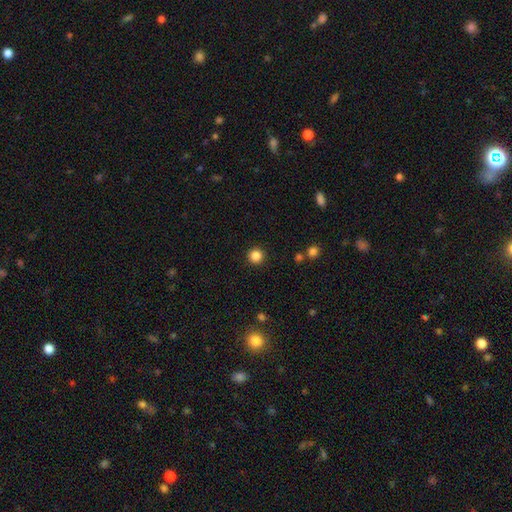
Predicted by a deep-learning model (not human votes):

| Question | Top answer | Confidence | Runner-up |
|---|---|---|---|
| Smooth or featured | smooth | 84% | star or artifact (12%) |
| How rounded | round | 96% | in between (3%) |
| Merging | none | 92% | minor disturbance (4%) |